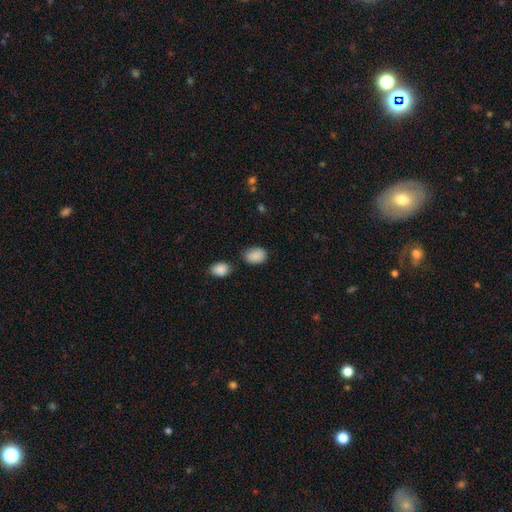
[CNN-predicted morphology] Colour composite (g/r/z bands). It shows a smooth galaxy with no disk features (88%) that is in between round and cigar-shaped (79%). Merging: none (70%).